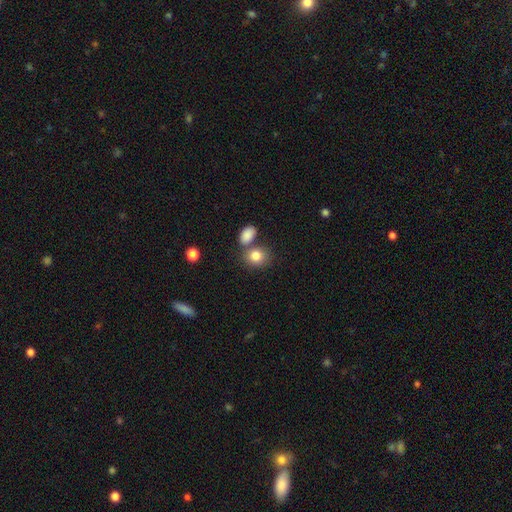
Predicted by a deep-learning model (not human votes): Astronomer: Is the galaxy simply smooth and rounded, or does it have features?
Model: smooth — 83%.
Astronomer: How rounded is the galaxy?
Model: round — 54% (runner-up: in between, 45%).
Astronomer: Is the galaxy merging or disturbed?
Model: none — 56%.